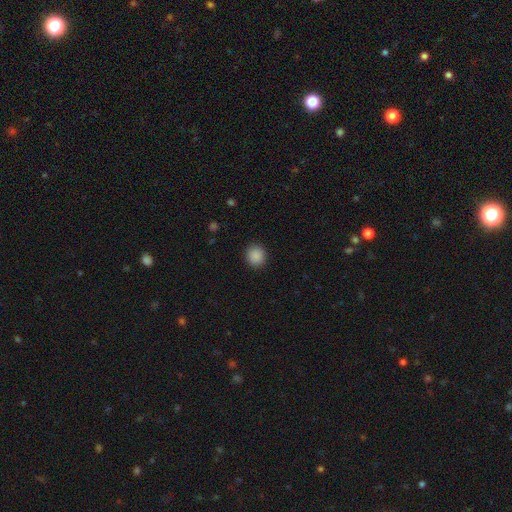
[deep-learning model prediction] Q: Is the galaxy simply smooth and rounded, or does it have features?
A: smooth — 89%.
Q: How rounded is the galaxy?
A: round — 86%.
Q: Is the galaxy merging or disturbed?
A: none — 91%.